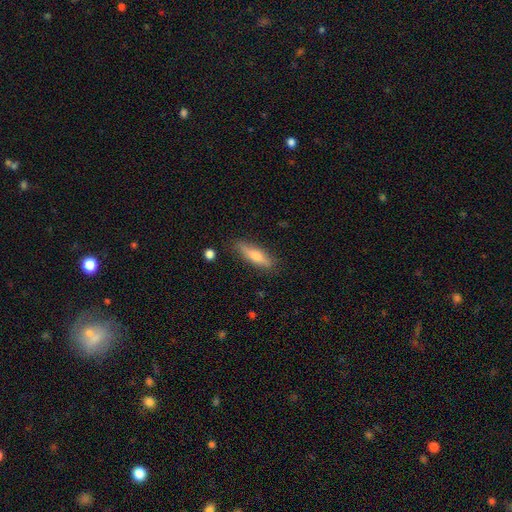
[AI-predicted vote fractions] Overall: smooth (60%; featured or disk 33%). How rounded: cigar-shaped (67%; in between 31%). Merging: none (83%).